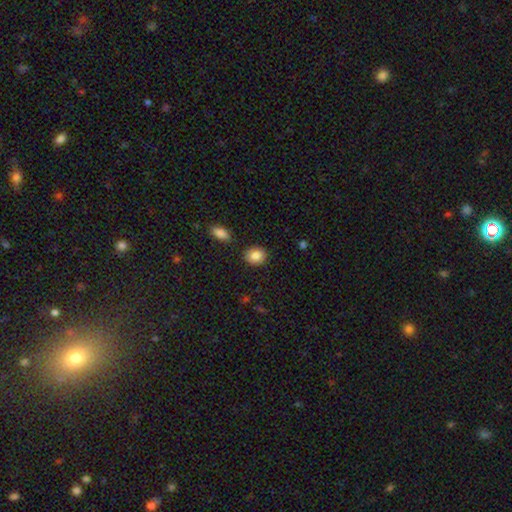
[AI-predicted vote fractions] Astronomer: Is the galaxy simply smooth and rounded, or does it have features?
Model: smooth — 85%.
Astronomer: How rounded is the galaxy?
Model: round — 67%.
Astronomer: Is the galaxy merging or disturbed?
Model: none — 87%.